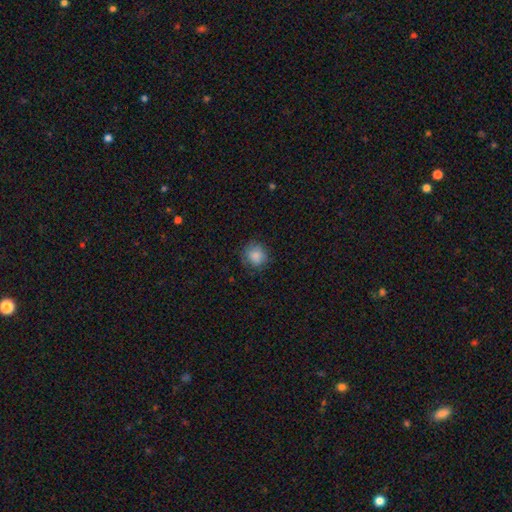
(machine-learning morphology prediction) Smooth or featured?
  - smooth: 85% *
  - star or artifact: 9%
  - featured or disk: 6%
How rounded?
  - round: 85% *
  - in between: 14%
  - cigar-shaped: 1%
Merging?
  - none: 78% *
  - minor disturbance: 16%
  - major disturbance: 5%
  - merger: 1%